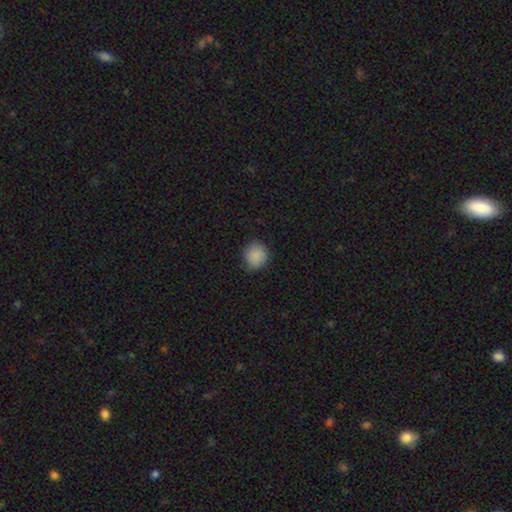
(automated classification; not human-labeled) The model was most divided on "merging": none: 82%, minor disturbance: 14%, major disturbance: 3%, merger: 1%. More confident: smooth or featured — smooth (86%); how rounded — round (84%).